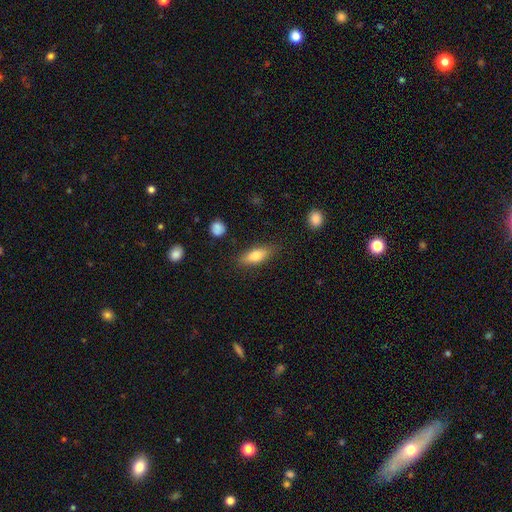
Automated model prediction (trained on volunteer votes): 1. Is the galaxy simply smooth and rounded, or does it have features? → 74% smooth, 18% featured or disk, 7% star or artifact.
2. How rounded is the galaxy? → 70% in between, 26% cigar-shaped, 4% round.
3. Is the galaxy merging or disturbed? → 83% none, 12% minor disturbance, 3% major disturbance, 2% merger.